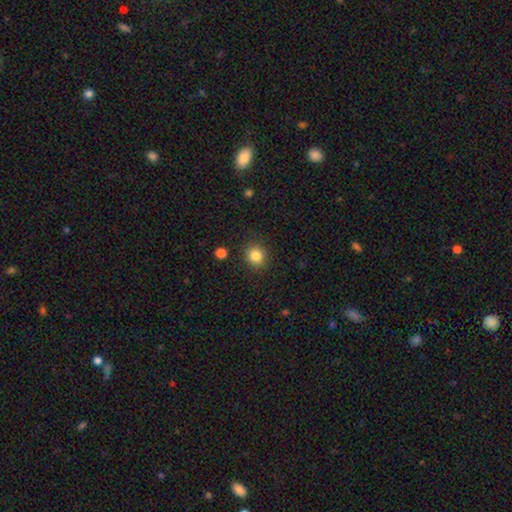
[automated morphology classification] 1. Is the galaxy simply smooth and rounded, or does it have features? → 85% smooth, 11% star or artifact, 5% featured or disk.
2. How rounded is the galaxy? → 84% round, 15% in between, 1% cigar-shaped.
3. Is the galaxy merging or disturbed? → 88% none, 8% minor disturbance, 2% major disturbance, 2% merger.